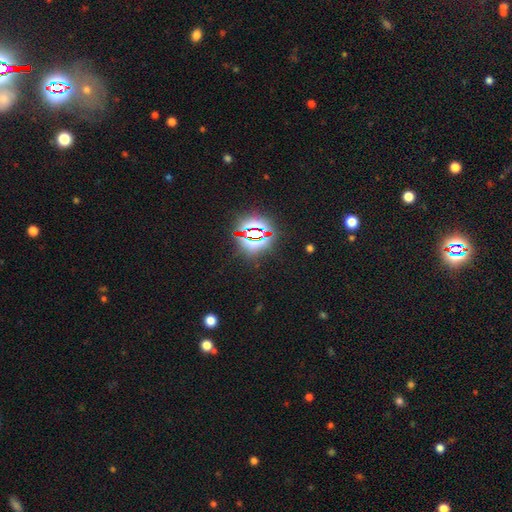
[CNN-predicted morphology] Q: Smooth or featured?
A: star or artifact (84%); runner-up: smooth (10%)